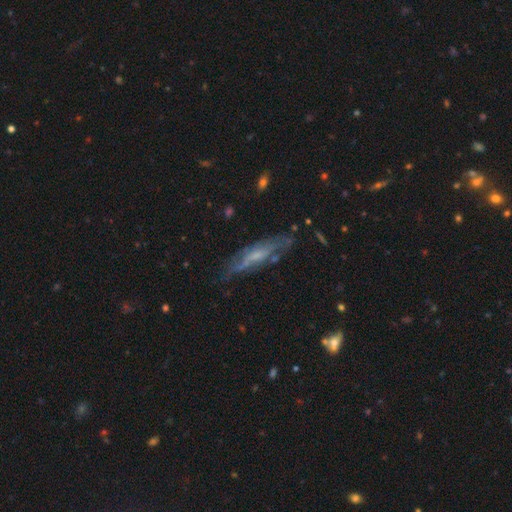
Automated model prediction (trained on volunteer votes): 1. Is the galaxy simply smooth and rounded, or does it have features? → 62% featured or disk, 29% smooth, 9% star or artifact.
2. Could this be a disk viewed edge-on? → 55% yes, 45% no.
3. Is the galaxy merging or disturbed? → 65% none, 22% minor disturbance, 10% major disturbance, 3% merger.